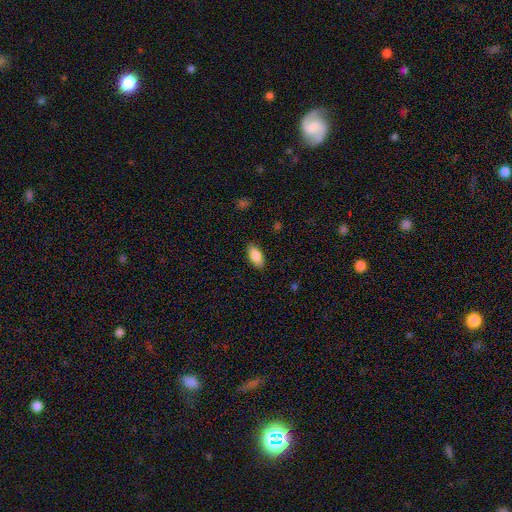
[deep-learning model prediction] Smooth or featured? Predicted: smooth (p=0.87). How rounded? Predicted: in between (p=0.91). Merging? Predicted: none (p=0.87).